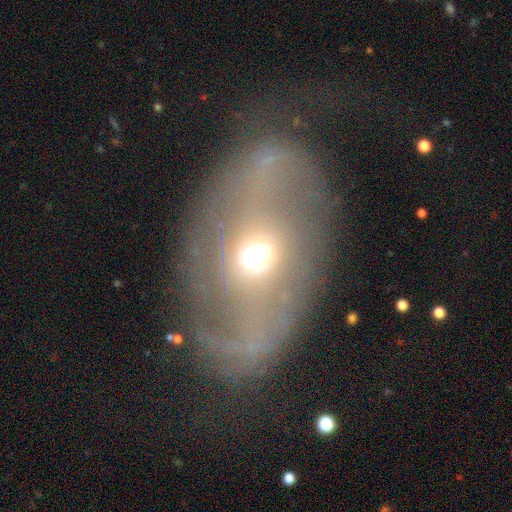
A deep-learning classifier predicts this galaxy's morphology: Smooth or featured? Predicted: featured or disk (p=0.66). Edge-on disk? Predicted: no (p=0.91). Bar? Predicted: no (p=0.64). Spiral arms? Predicted: yes (p=0.53). Bulge size? Predicted: moderate (p=0.62). Merging? Predicted: none (p=0.42).